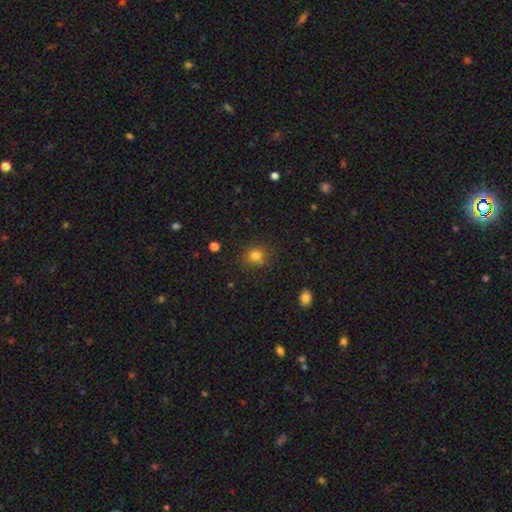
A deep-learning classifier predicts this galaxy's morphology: This appears to be a smooth galaxy with no disk features (81%) that is round (76%). Merging: none (82%).